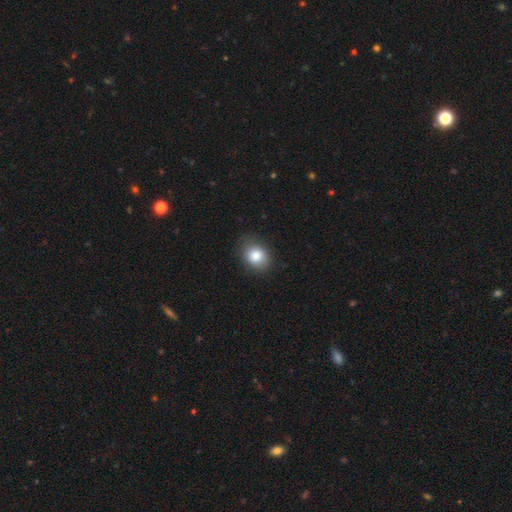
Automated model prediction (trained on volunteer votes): Q: Smooth or featured?
A: smooth (84%); runner-up: star or artifact (9%)
Q: How rounded?
A: round (55%); runner-up: in between (44%)
Q: Merging?
A: none (82%); runner-up: minor disturbance (14%)